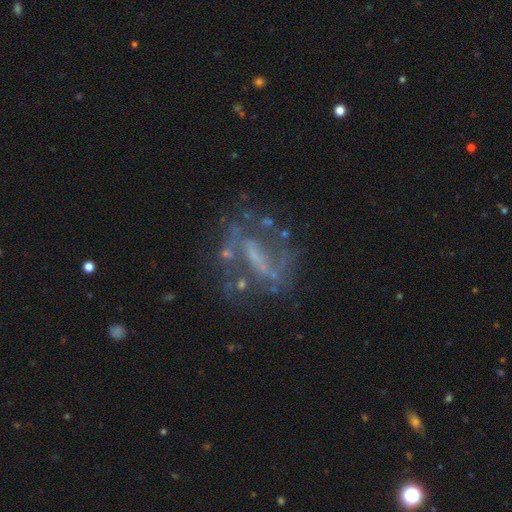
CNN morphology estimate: This is likely a featured or disk galaxy (72%). It is clearly not viewed edge-on (91%). Bar: marginally strong (43%). Spiral arm pattern: possibly yes (54%). Central bulge: possibly none (54%). Merging: possibly none (52%).